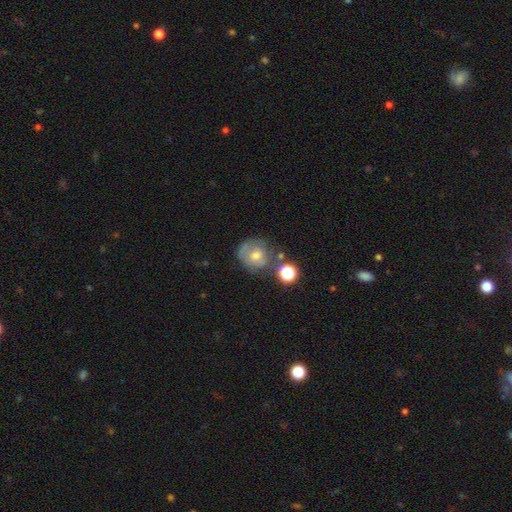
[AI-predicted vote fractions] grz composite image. It shows a smooth galaxy with no disk features (48%). Merging: none (53%).